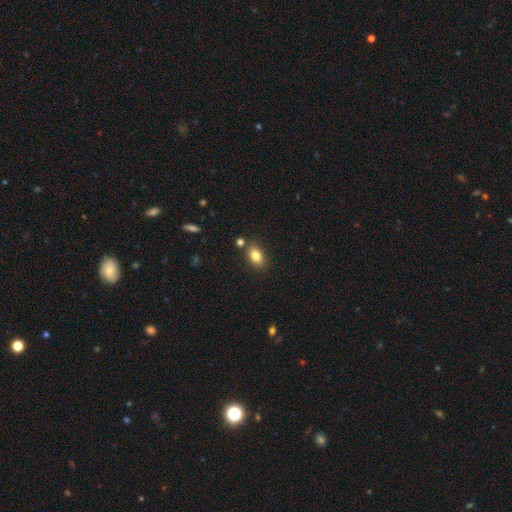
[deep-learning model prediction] Q: Smooth or featured?
A: smooth (82%); runner-up: star or artifact (9%)
Q: How rounded?
A: in between (83%); runner-up: round (14%)
Q: Merging?
A: none (76%); runner-up: minor disturbance (12%)